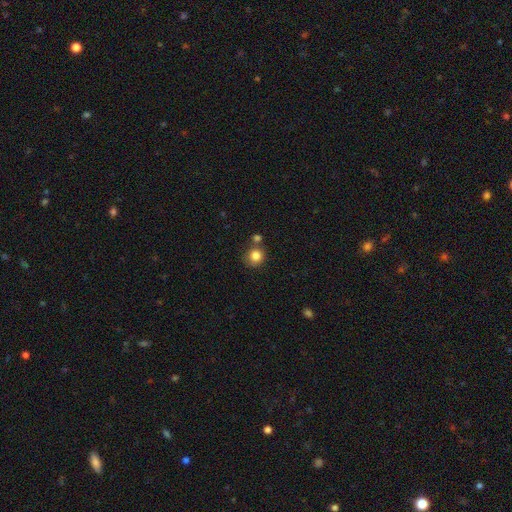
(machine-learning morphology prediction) Smooth or featured: smooth — 84% (star or artifact — 10%)
How rounded: round — 89% (in between — 10%)
Merging: none — 67% (merger — 17%)